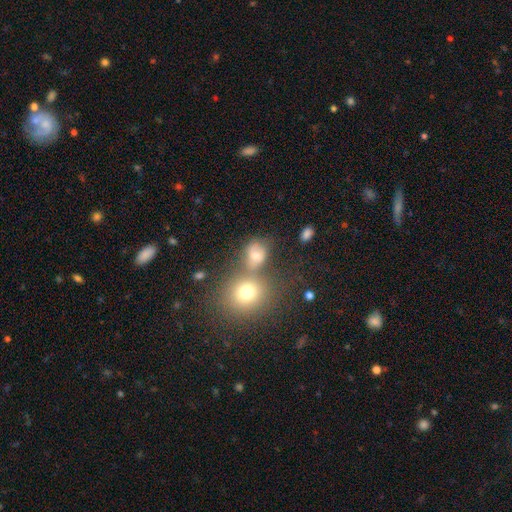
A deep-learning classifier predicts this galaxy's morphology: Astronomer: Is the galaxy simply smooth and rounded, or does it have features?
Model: smooth — 69%.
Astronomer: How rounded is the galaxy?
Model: round — 65%.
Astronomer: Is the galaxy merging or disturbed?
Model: none — 47% (runner-up: merger, 30%).